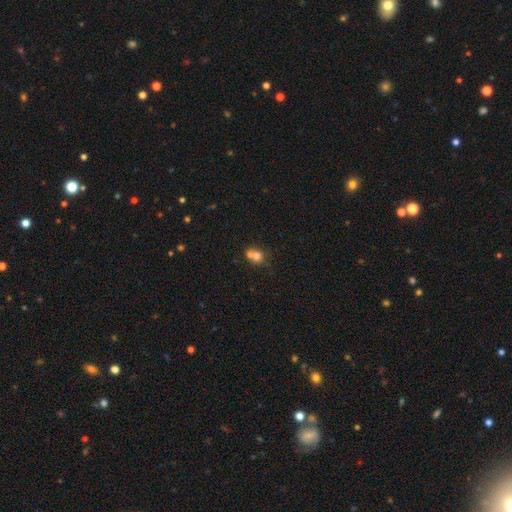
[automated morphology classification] Smooth or featured? smooth (70%)
How rounded? round (71%)
Merging? merger (57%)